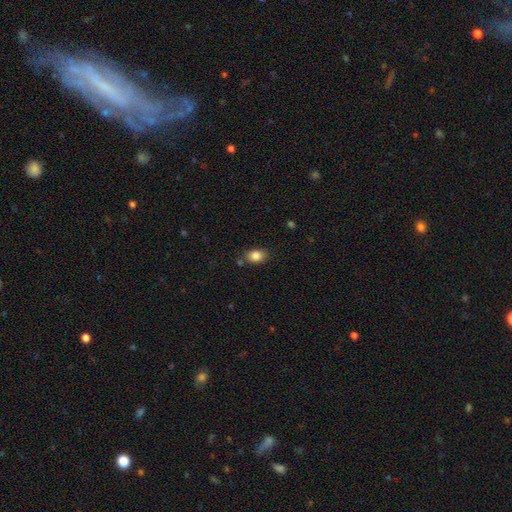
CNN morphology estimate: Smooth or featured? smooth (85%)
How rounded? in between (78%)
Merging? none (78%)